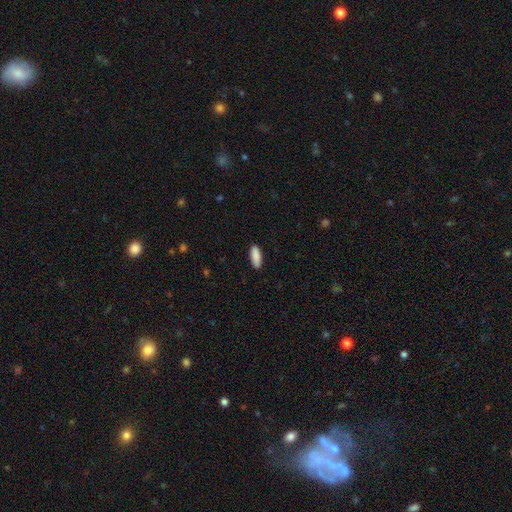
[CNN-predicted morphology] smooth 90%, star or artifact 6%, featured or disk 4%. Down the decision tree: how rounded — in between (73%); merging — none (88%).